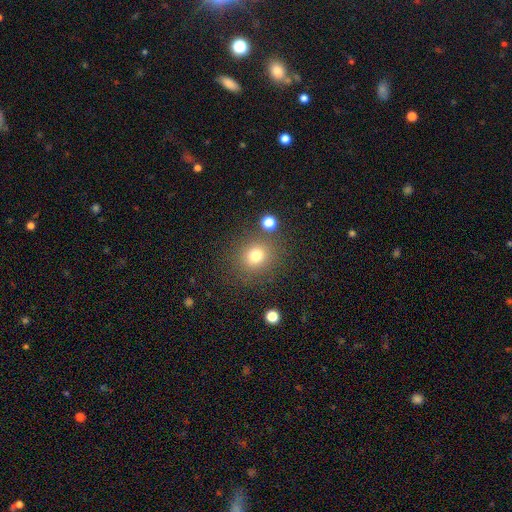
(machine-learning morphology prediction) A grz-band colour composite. It shows a smooth galaxy with no disk features (76%) that is round (82%). Merging: none (82%).